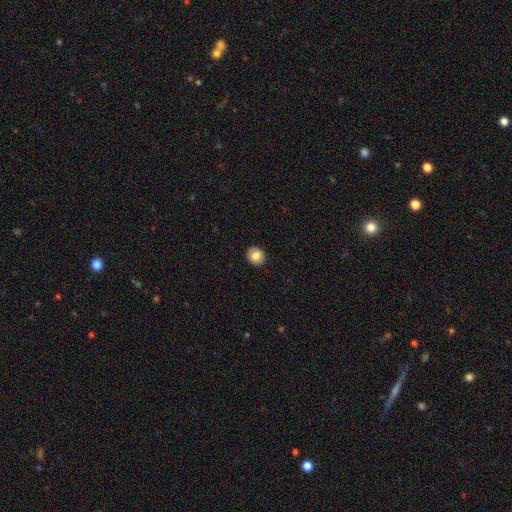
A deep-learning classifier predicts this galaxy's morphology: A smooth galaxy with no disk features (83%) that is round (77%).

Vote fractions:
- Smooth or featured? smooth: 83% / featured or disk: 9% / star or artifact: 9%
- How rounded? round: 77% / in between: 22% / cigar-shaped: 1%
- Merging? none: 92% / minor disturbance: 6% / major disturbance: 2% / merger: 1%